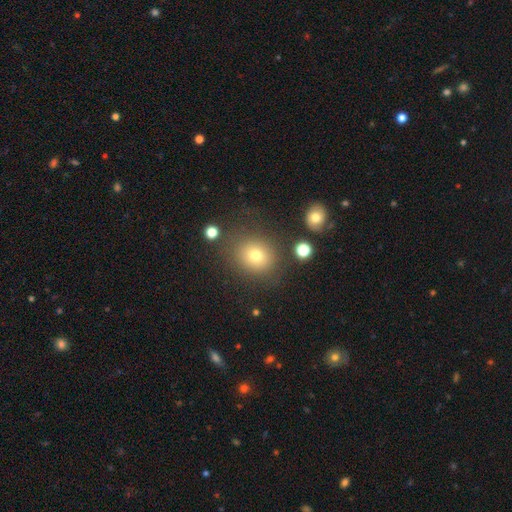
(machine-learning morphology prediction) Smooth or featured? smooth (73%)
How rounded? round (78%)
Merging? none (78%)